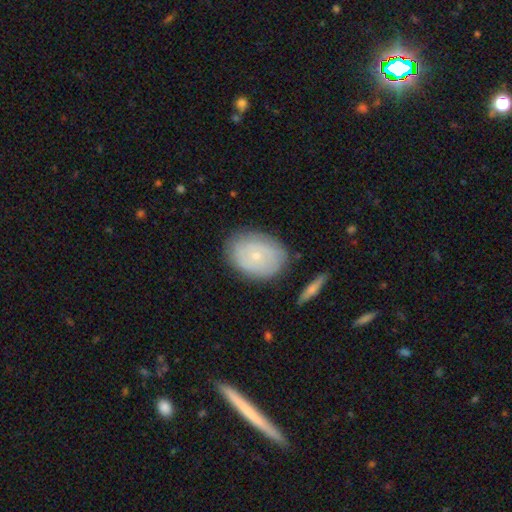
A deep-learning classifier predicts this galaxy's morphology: Smooth or featured: smooth — 48% (featured or disk — 44%)
Merging: none — 80% (minor disturbance — 15%)